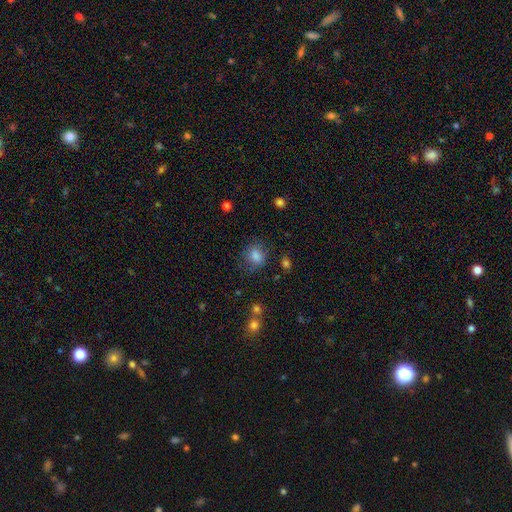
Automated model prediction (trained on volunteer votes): Smooth or featured: smooth — 80% (star or artifact — 12%)
How rounded: round — 65% (in between — 34%)
Merging: none — 74% (minor disturbance — 17%)